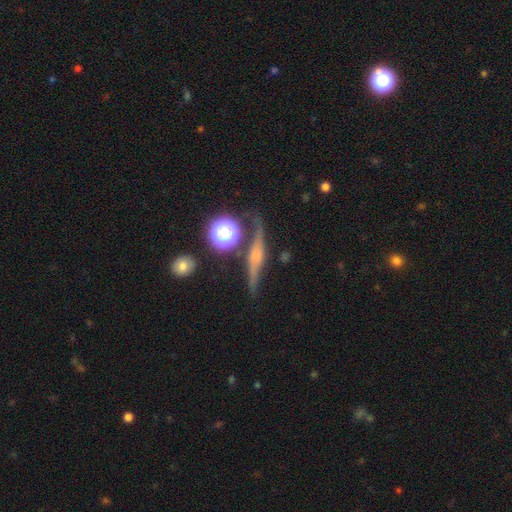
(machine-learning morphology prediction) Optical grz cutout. It shows a featured or disk galaxy (71%) viewed edge-on (93%) with a rounded central bulge (68%). Merging: none (78%).